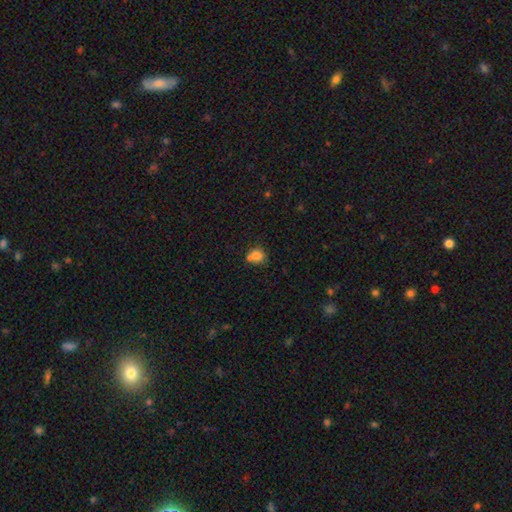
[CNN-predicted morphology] Q: Smooth or featured?
A: smooth (79%); runner-up: star or artifact (11%)
Q: How rounded?
A: round (63%); runner-up: in between (36%)
Q: Merging?
A: none (50%); runner-up: minor disturbance (23%)